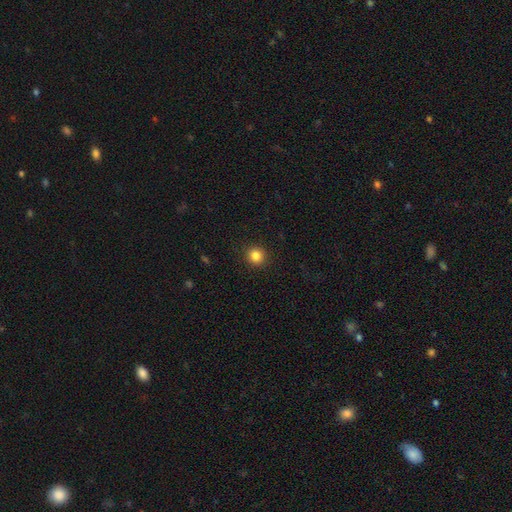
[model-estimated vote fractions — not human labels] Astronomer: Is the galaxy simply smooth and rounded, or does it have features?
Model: smooth — 84%.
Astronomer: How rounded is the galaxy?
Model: round — 90%.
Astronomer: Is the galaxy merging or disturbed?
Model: none — 92%.